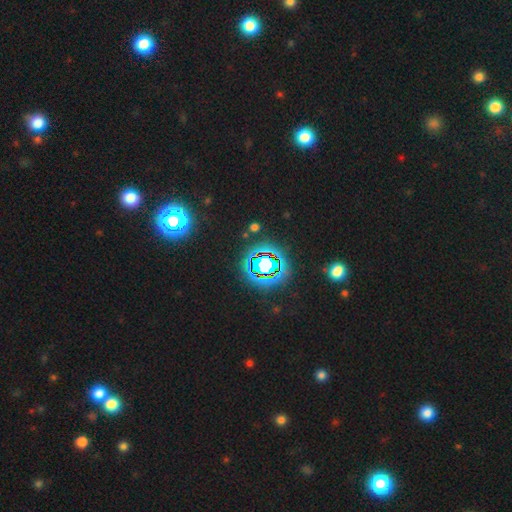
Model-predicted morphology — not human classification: This is likely a star or artifact rather than a galaxy (78%).